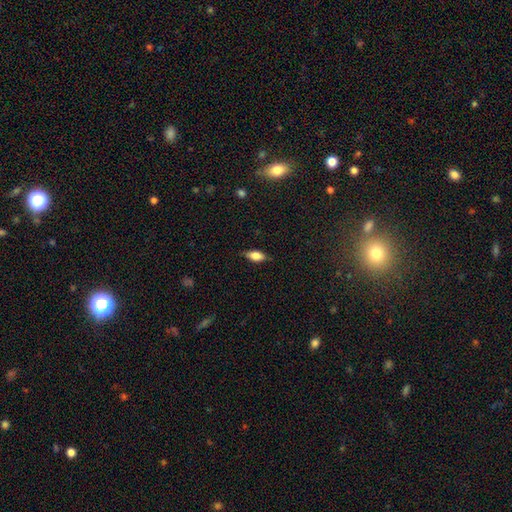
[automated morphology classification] A smooth galaxy with no disk features (74%) that is in between round and cigar-shaped (83%). Merging: none (78%).